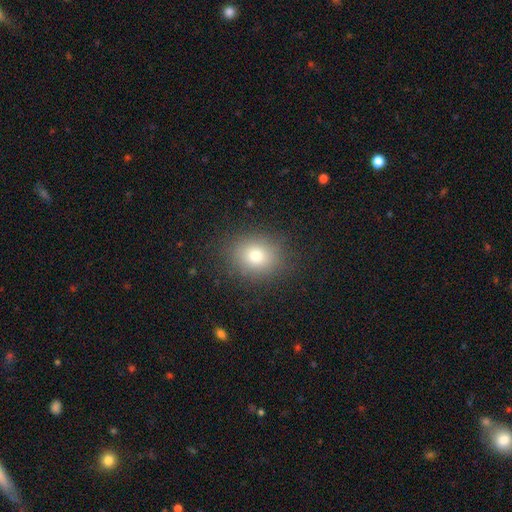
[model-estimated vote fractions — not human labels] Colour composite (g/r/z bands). It shows a smooth galaxy with no disk features (76%) that is round (68%). Merging: none (86%).